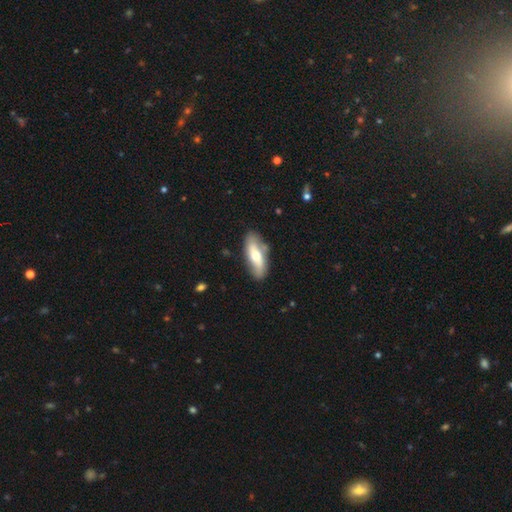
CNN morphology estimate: Smooth or featured?
  - smooth: 49% *
  - featured or disk: 46%
  - star or artifact: 5%
Merging?
  - none: 77% *
  - minor disturbance: 16%
  - merger: 4%
  - major disturbance: 4%